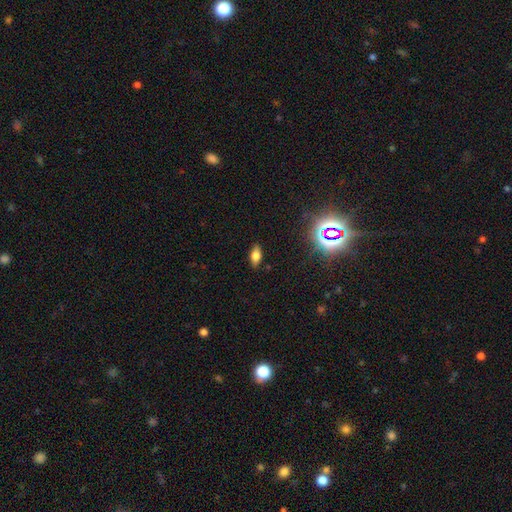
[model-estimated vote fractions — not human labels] smooth-or-featured: smooth: 68% | featured or disk: 17% | star or artifact: 14%
  how-rounded: in between: 84% | cigar-shaped: 11% | round: 5%
  merging: none: 87% | minor disturbance: 10% | major disturbance: 2% | merger: 1%